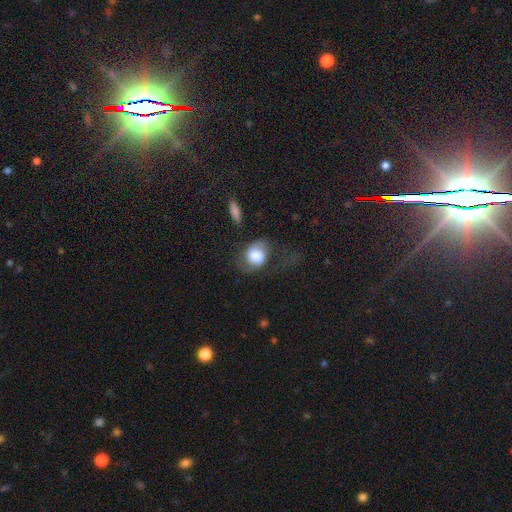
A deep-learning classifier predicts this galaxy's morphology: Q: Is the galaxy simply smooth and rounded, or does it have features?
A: smooth — 63%.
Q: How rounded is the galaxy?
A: in between — 54%.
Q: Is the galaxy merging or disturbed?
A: none — 38%.